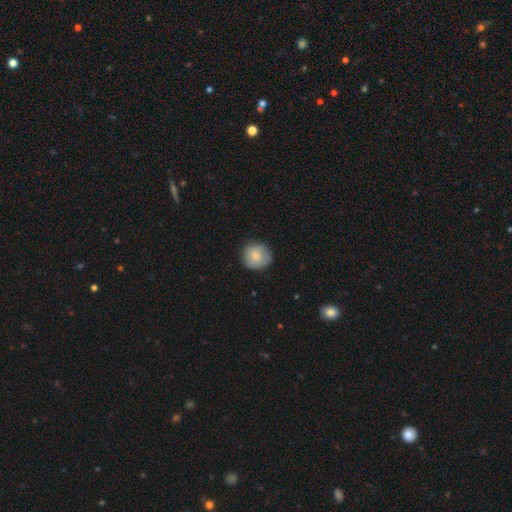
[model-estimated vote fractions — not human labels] Smooth or featured?
  - smooth: 81% *
  - featured or disk: 12%
  - star or artifact: 7%
How rounded?
  - round: 92% *
  - in between: 7%
  - cigar-shaped: 1%
Merging?
  - none: 81% *
  - minor disturbance: 15%
  - major disturbance: 3%
  - merger: 1%